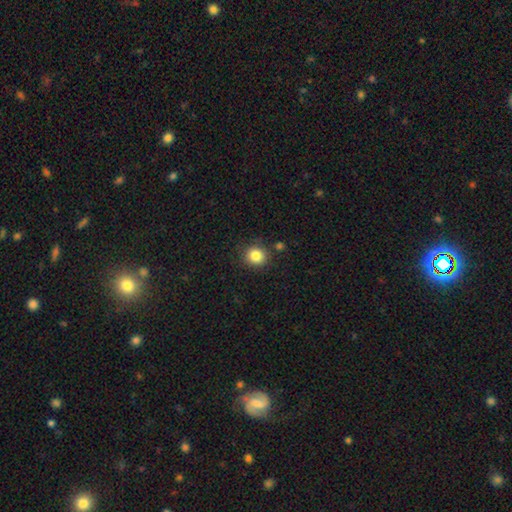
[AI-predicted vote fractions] Smooth or featured?
  - smooth: 84% *
  - star or artifact: 11%
  - featured or disk: 5%
How rounded?
  - round: 87% *
  - in between: 12%
  - cigar-shaped: 1%
Merging?
  - none: 85% *
  - minor disturbance: 9%
  - merger: 3%
  - major disturbance: 3%